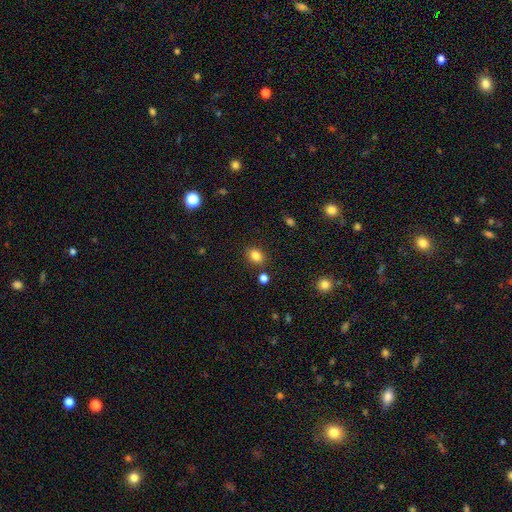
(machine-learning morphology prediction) A smooth galaxy with no disk features (83%) that is in between round and cigar-shaped (54%).

Vote fractions:
- Smooth or featured? smooth: 83% / star or artifact: 11% / featured or disk: 6%
- How rounded? in between: 54% / round: 45% / cigar-shaped: 1%
- Merging? none: 83% / minor disturbance: 10% / merger: 5% / major disturbance: 3%